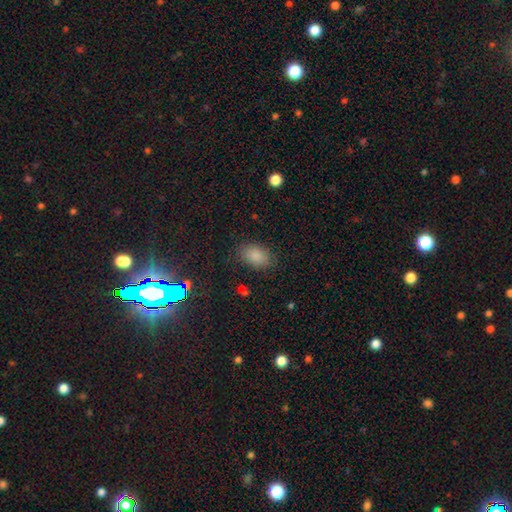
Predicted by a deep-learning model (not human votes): Smooth or featured? smooth (84%)
How rounded? in between (84%)
Merging? none (83%)